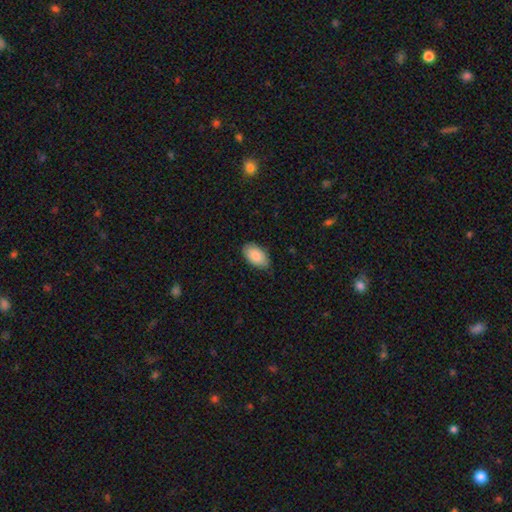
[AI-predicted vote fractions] This is clearly a smooth galaxy (88%). How rounded: clearly in between (95%). Merging: likely none (75%).